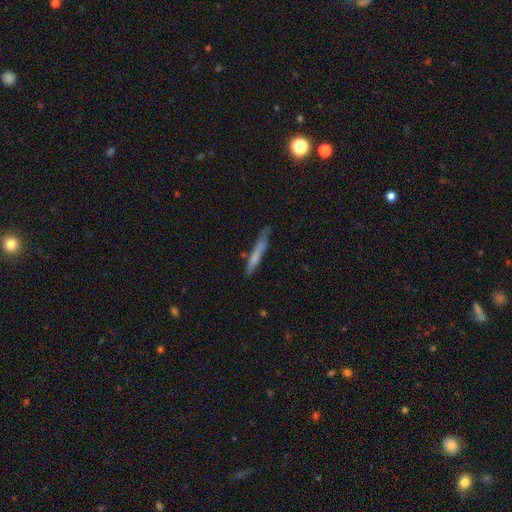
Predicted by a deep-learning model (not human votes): Smooth or featured? smooth (61%)
How rounded? cigar-shaped (95%)
Merging? none (67%)